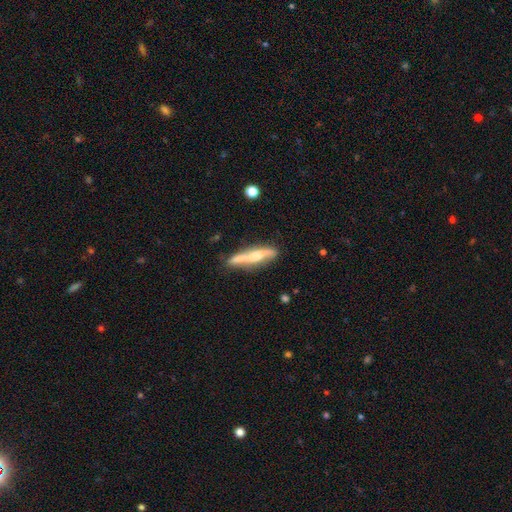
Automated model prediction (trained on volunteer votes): Morphology: type=featured or disk (67%); edge-on=yes (84%); edge-on bulge=rounded (87%); merging=none (77%).